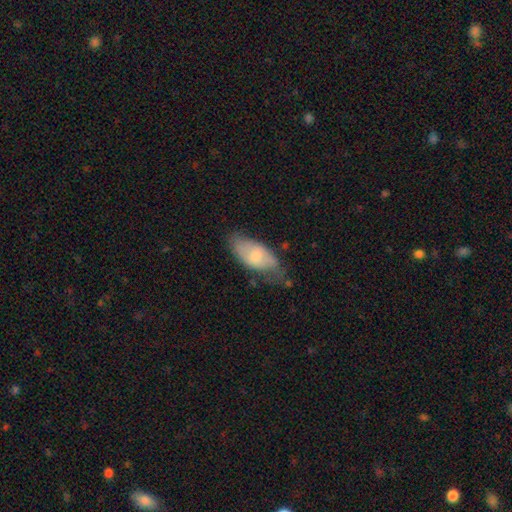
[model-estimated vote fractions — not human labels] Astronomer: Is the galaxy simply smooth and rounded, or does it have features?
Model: smooth — 64%.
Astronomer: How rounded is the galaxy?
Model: in between — 89%.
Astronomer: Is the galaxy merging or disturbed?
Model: none — 54% (runner-up: minor disturbance, 32%).